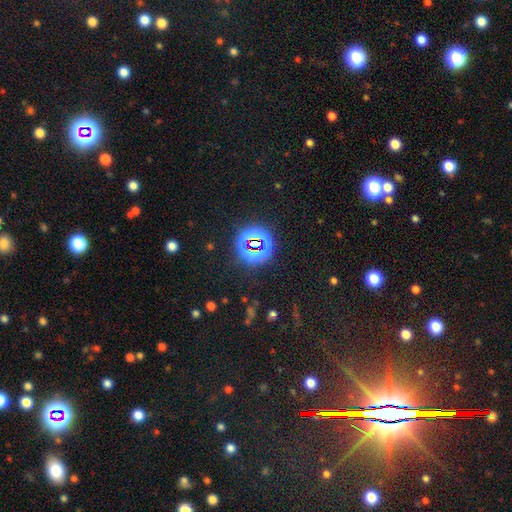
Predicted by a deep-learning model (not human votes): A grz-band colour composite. It shows a star or artifact, not a galaxy (81%).